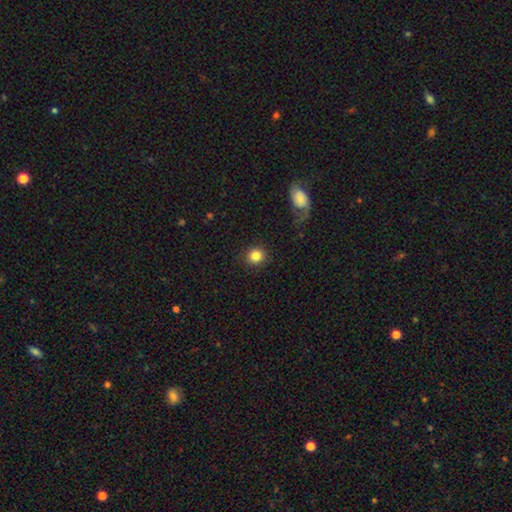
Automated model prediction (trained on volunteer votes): Smooth or featured? Predicted: smooth (p=0.85). How rounded? Predicted: round (p=0.85). Merging? Predicted: none (p=0.89).